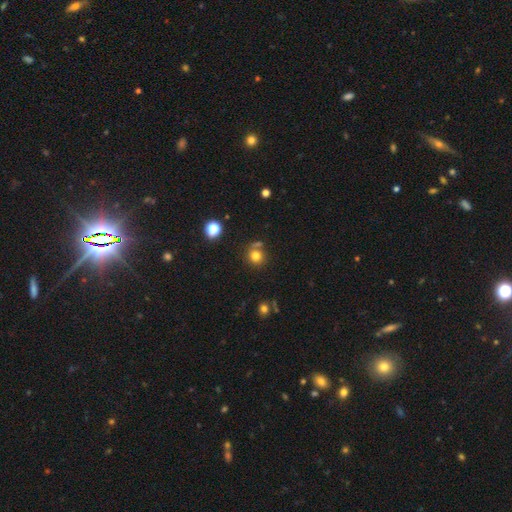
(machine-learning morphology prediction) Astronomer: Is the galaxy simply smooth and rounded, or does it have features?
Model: smooth — 78%.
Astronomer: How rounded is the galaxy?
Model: round — 88%.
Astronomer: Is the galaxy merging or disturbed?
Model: none — 69%.